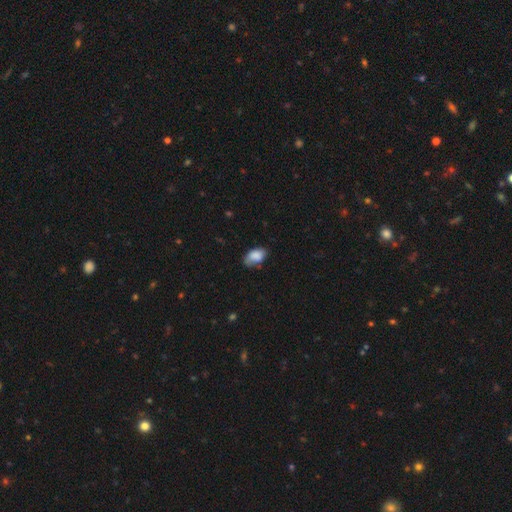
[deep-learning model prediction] Smooth or featured? smooth (83%)
How rounded? in between (91%)
Merging? none (55%)